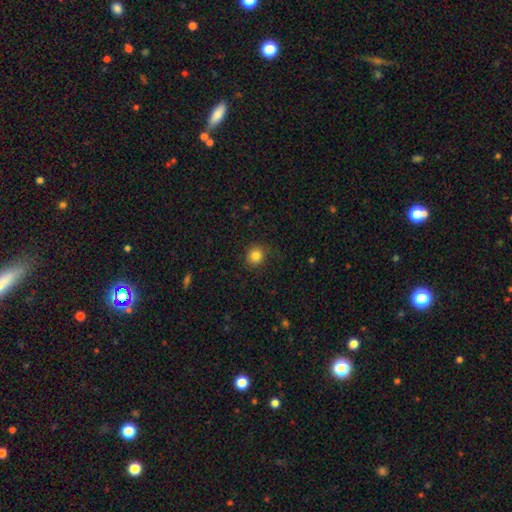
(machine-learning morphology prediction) This appears to be a smooth galaxy with no disk features (84%) that is round (86%). Merging: none (85%).